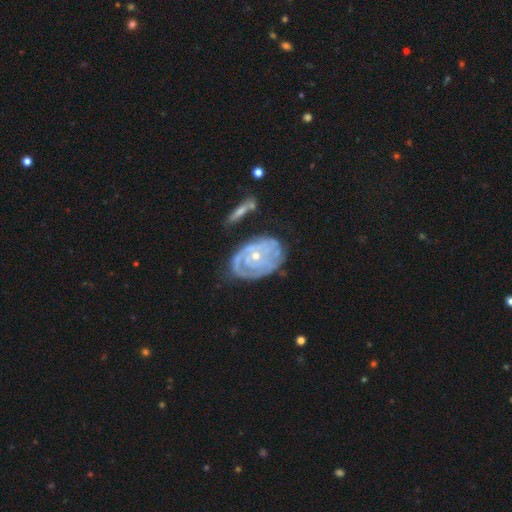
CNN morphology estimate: A featured or disk galaxy (83%) with no bar (76%), tight (76%) spiral arms (88%) and a small central bulge (63%).

Vote fractions:
- Smooth or featured? featured or disk: 83% / smooth: 12% / star or artifact: 6%
- Edge-on disk? no: 96% / yes: 4%
- Bar? no: 76% / weak: 19% / strong: 5%
- Spiral arms? yes: 88% / no: 12%
- Spiral winding? tight: 76% / medium: 18% / loose: 6%
- Spiral arm count? can't tell: 43% / 2: 23% / 3: 16% / 1: 7% / 4: 7% / more than 4: 5%
- Bulge size? small: 63% / moderate: 33% / large: 1% / none: 1% / dominant: 1%
- Merging? none: 58% / minor disturbance: 23% / major disturbance: 11% / merger: 8%